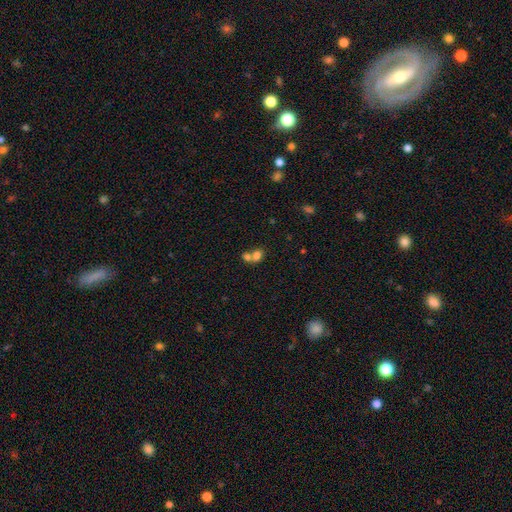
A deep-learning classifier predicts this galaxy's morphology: Q: Smooth or featured?
A: smooth (76%); runner-up: featured or disk (13%)
Q: How rounded?
A: in between (56%); runner-up: round (42%)
Q: Merging?
A: merger (64%); runner-up: none (27%)